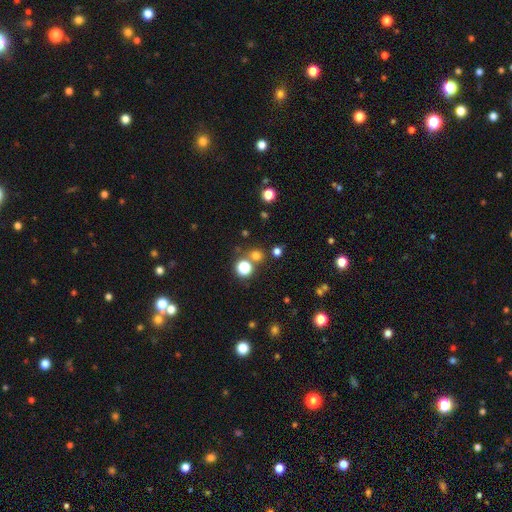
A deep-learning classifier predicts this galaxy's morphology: A smooth galaxy with no disk features (68%) that is round (90%). Merging: none (74%).